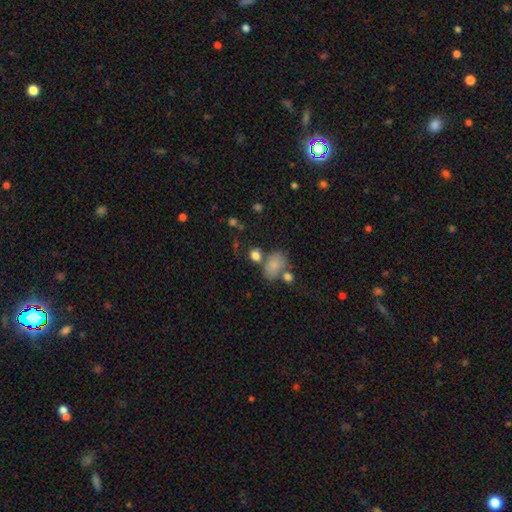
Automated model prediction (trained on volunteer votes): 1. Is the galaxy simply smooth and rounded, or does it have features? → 79% smooth, 12% star or artifact, 10% featured or disk.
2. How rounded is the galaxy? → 56% in between, 42% round, 2% cigar-shaped.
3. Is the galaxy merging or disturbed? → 55% none, 23% merger, 15% minor disturbance, 7% major disturbance.